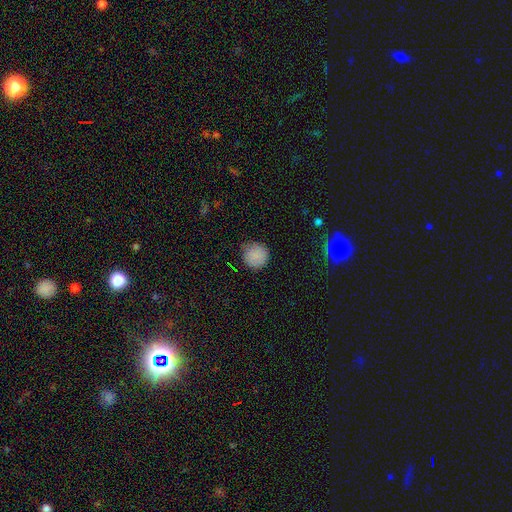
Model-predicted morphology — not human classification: smooth-or-featured: smooth: 84% | star or artifact: 11% | featured or disk: 5%
  how-rounded: round: 94% | in between: 5% | cigar-shaped: 1%
  merging: none: 80% | minor disturbance: 15% | major disturbance: 3% | merger: 1%